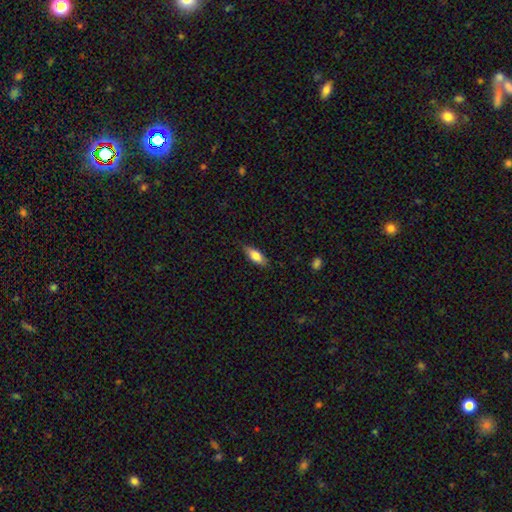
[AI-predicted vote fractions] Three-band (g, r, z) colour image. It shows a smooth galaxy with no disk features (76%) that is in between round and cigar-shaped (74%). Merging: none (80%).